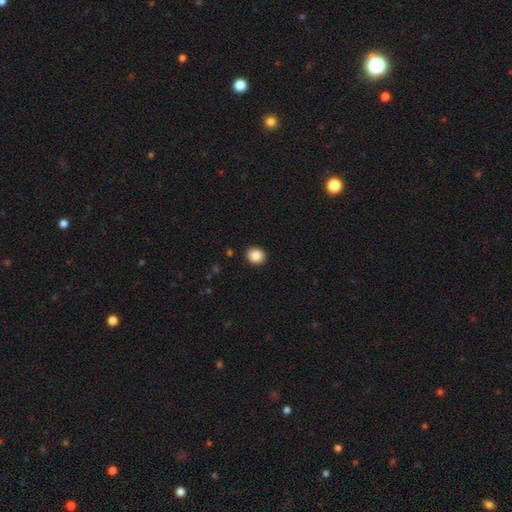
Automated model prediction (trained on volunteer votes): This is clearly a smooth galaxy (86%). How rounded: likely round (72%). Merging: clearly none (92%).